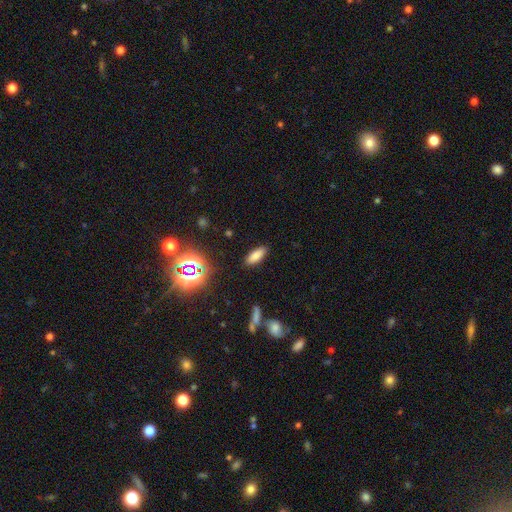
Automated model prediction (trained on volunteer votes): Overall: smooth (78%). How rounded: in between (72%). Merging: none (88%).